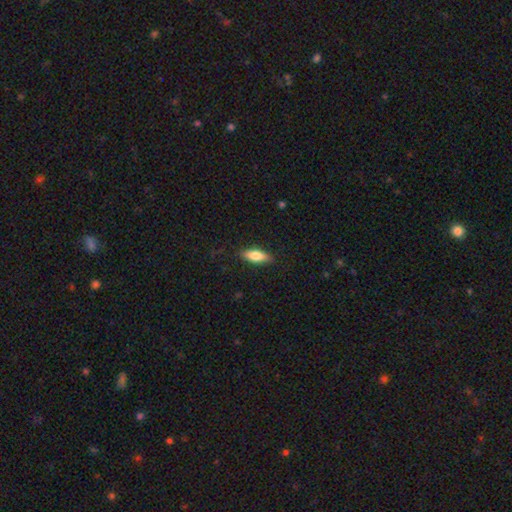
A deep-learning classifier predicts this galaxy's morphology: smooth 73%, featured or disk 21%, star or artifact 6%. Down the decision tree: how rounded — in between (64%); merging — none (86%).